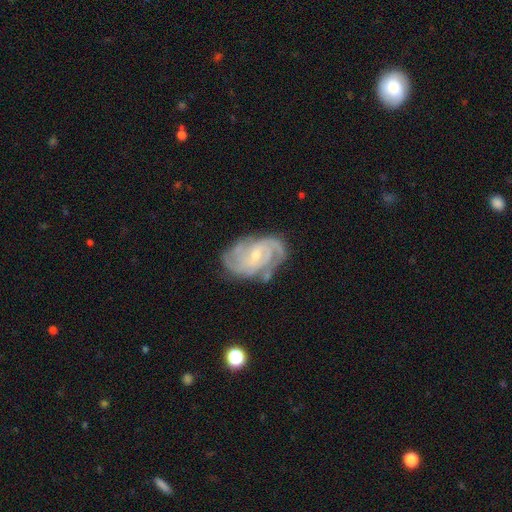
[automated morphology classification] smooth_or_featured: featured or disk (p=0.86) [alt: smooth p=0.08]
disk_edge_on: no (p=0.97) [alt: yes p=0.03]
bar: weak (p=0.46) [alt: no p=0.43]
has_spiral_arms: yes (p=0.97) [alt: no p=0.03]
spiral_winding: tight (p=0.58) [alt: medium p=0.35]
spiral_arm_count: 3 (p=0.28) [alt: 2 p=0.26]
bulge_size: small (p=0.64) [alt: moderate p=0.32]
merging: none (p=0.69) [alt: minor disturbance p=0.21]